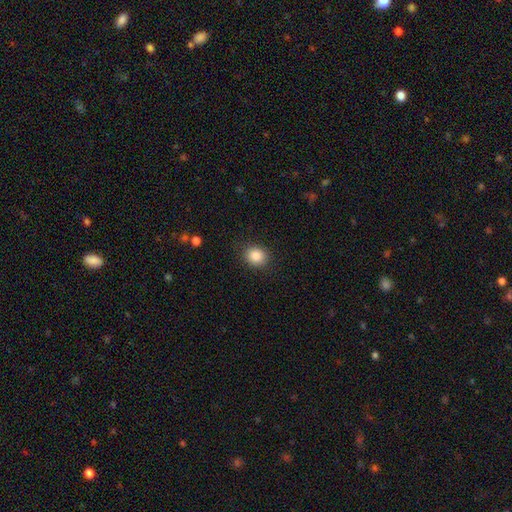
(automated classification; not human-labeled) Smooth or featured?
  - smooth: 86% *
  - star or artifact: 9%
  - featured or disk: 4%
How rounded?
  - round: 70% *
  - in between: 29%
  - cigar-shaped: 1%
Merging?
  - none: 87% *
  - minor disturbance: 9%
  - major disturbance: 3%
  - merger: 1%